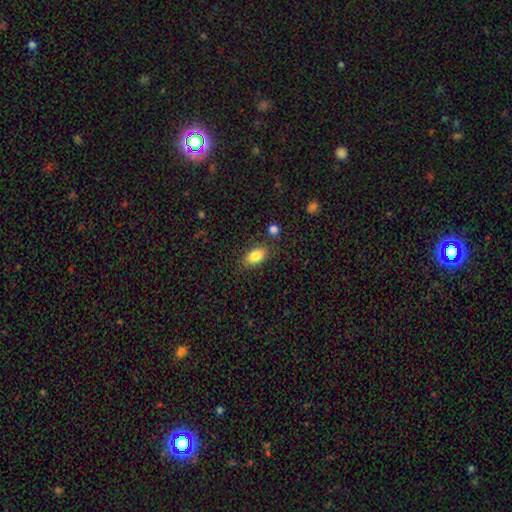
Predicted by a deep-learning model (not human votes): Morphology: type=smooth (84%); roundness=in between (90%); merging=none (81%).